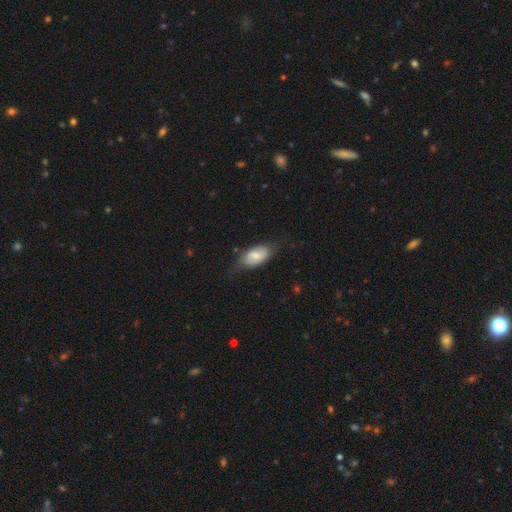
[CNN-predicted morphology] Q: Smooth or featured?
A: smooth (61%); runner-up: featured or disk (32%)
Q: How rounded?
A: in between (91%); runner-up: round (5%)
Q: Merging?
A: none (62%); runner-up: minor disturbance (27%)